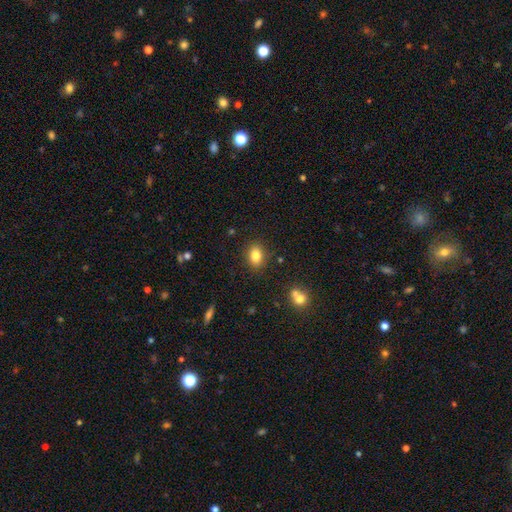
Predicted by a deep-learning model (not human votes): Smooth or featured? smooth (83%)
How rounded? in between (75%)
Merging? none (86%)